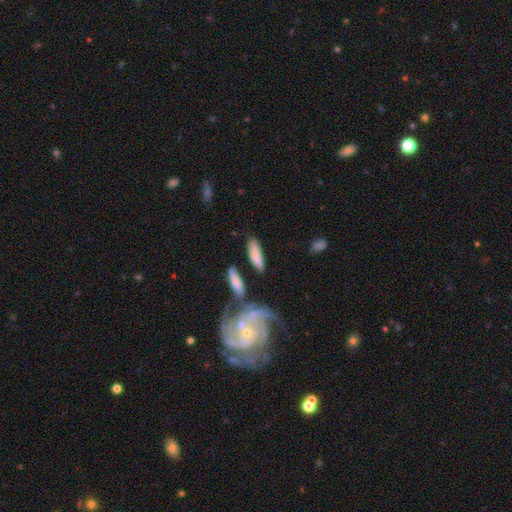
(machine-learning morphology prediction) The model was most divided on "how rounded": cigar-shaped: 52%, in between: 46%, round: 2%. More confident: smooth or featured — smooth (76%); merging — none (70%).